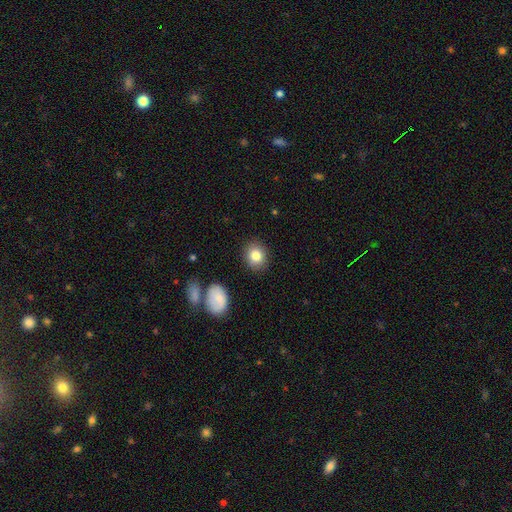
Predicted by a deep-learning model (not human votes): Smooth or featured?
  - smooth: 83% *
  - star or artifact: 9%
  - featured or disk: 8%
How rounded?
  - round: 65% *
  - in between: 34%
  - cigar-shaped: 1%
Merging?
  - none: 87% *
  - minor disturbance: 8%
  - major disturbance: 2%
  - merger: 2%